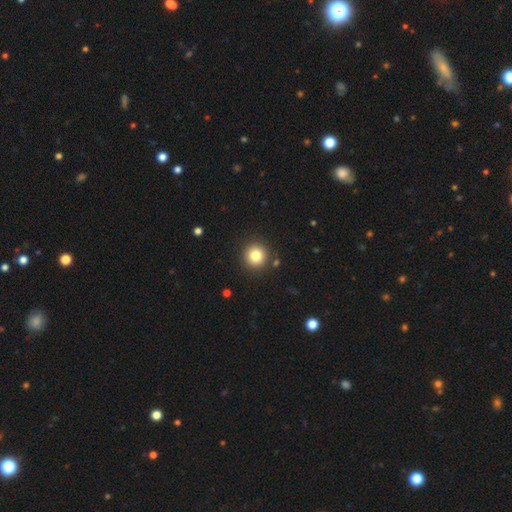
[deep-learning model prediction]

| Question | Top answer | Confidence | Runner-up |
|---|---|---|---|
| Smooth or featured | smooth | 82% | star or artifact (11%) |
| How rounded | round | 94% | in between (5%) |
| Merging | none | 90% | minor disturbance (6%) |